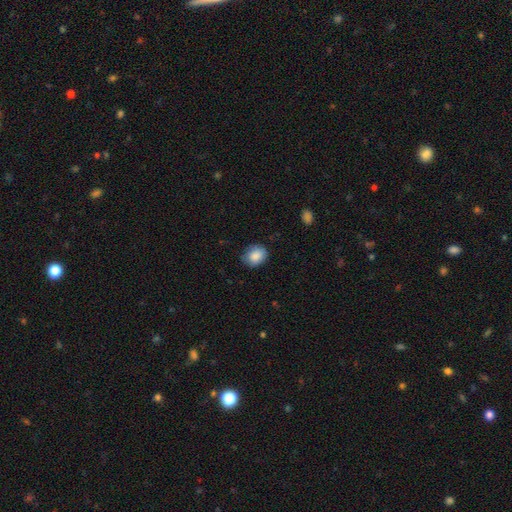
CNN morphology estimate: This is clearly a smooth galaxy (86%). How rounded: possibly round (56%). Merging: likely none (79%).